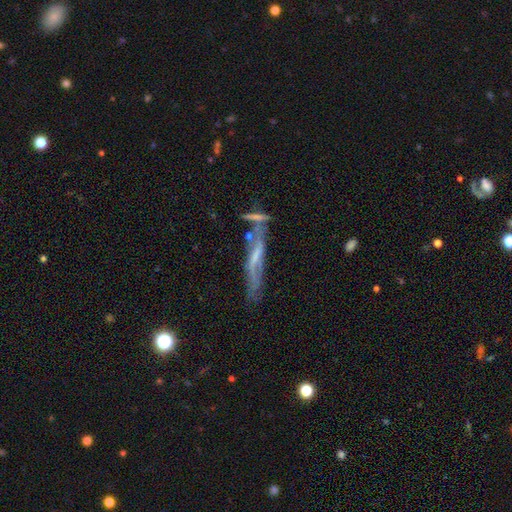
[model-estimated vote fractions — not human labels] Overall: featured or disk (62%; smooth 26%). Edge-on disk: yes (68%; no 32%). Merging: none (52%; minor disturbance 19%).